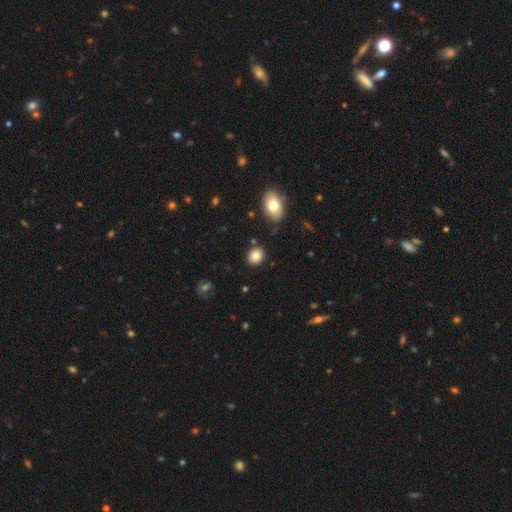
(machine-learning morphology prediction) Q: Smooth or featured?
A: smooth (84%); runner-up: star or artifact (9%)
Q: How rounded?
A: round (62%); runner-up: in between (37%)
Q: Merging?
A: none (87%); runner-up: minor disturbance (8%)